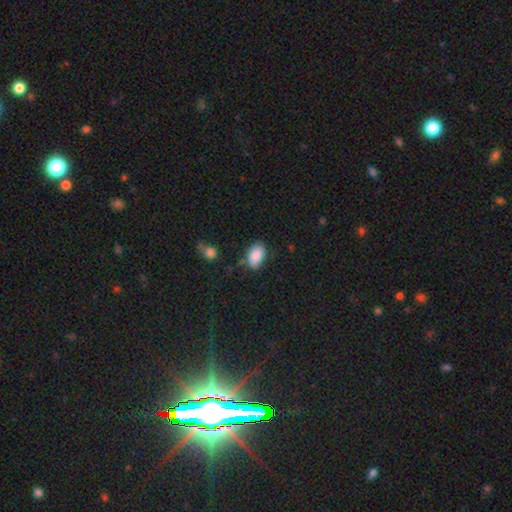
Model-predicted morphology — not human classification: smooth-or-featured: smooth: 88% | star or artifact: 7% | featured or disk: 5%
  how-rounded: in between: 92% | round: 6% | cigar-shaped: 2%
  merging: none: 71% | minor disturbance: 20% | major disturbance: 5% | merger: 4%